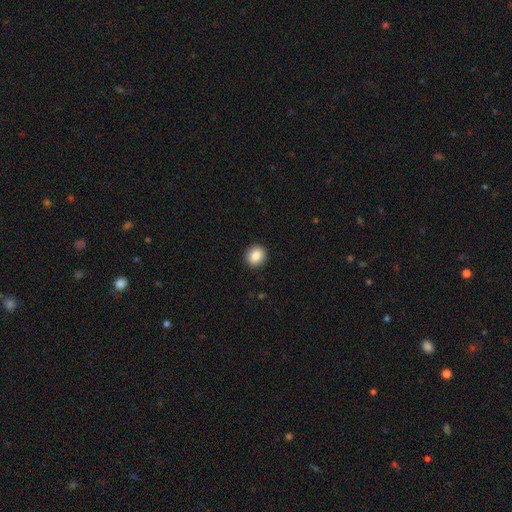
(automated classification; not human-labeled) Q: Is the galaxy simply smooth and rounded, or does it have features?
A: smooth — 86%.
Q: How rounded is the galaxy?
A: round — 81%.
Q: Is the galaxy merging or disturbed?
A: none — 92%.